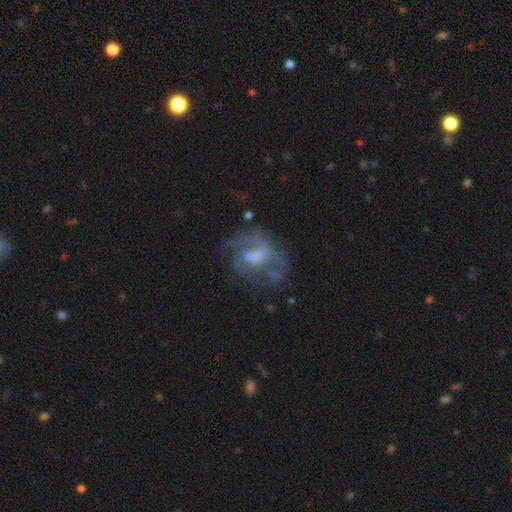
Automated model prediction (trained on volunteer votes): A featured or disk galaxy (68%) with no bar (55%), spiral arms (62%) and a moderate central bulge (35%). Merging: none (42%).